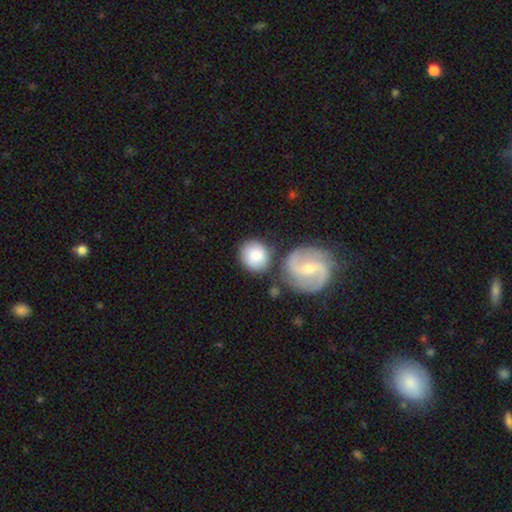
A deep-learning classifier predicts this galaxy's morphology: This appears to be a smooth galaxy with no disk features (74%) that is round (85%). Merging: none (64%).